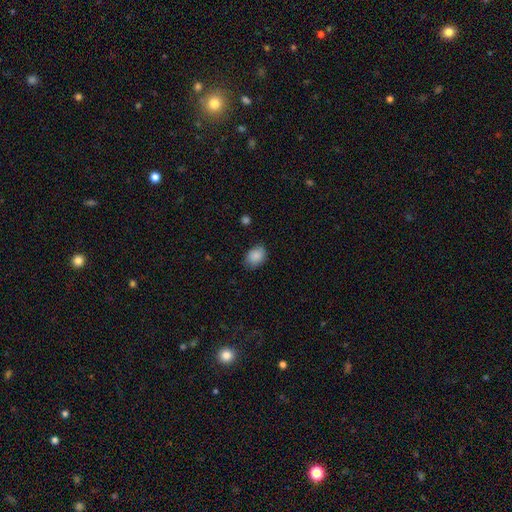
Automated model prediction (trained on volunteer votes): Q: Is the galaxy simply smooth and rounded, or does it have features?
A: smooth — 87%.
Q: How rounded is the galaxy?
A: in between — 69%.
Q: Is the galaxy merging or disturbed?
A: none — 74%.